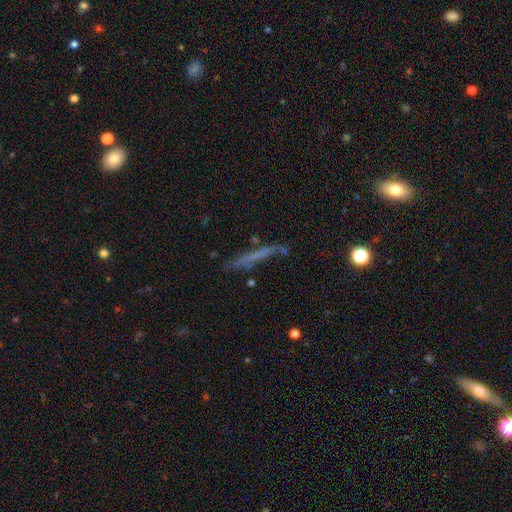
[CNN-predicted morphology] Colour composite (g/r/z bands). It shows a smooth galaxy with no disk features (49%). Merging: none (74%).